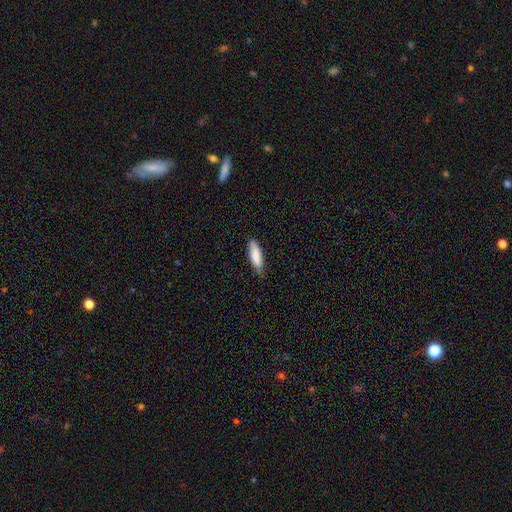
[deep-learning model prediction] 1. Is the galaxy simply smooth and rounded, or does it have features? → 85% smooth, 9% featured or disk, 6% star or artifact.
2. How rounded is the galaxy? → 53% cigar-shaped, 46% in between, 2% round.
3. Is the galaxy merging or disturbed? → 79% none, 18% minor disturbance, 2% major disturbance, 1% merger.